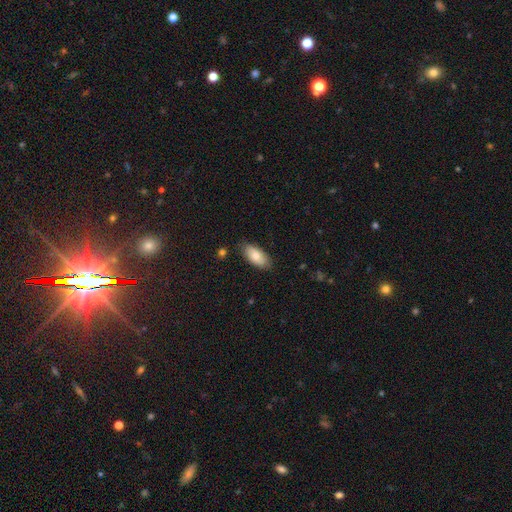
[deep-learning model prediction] smooth-or-featured: smooth: 77% | featured or disk: 16% | star or artifact: 6%
  how-rounded: in between: 91% | cigar-shaped: 7% | round: 2%
  merging: none: 82% | minor disturbance: 14% | major disturbance: 2% | merger: 1%